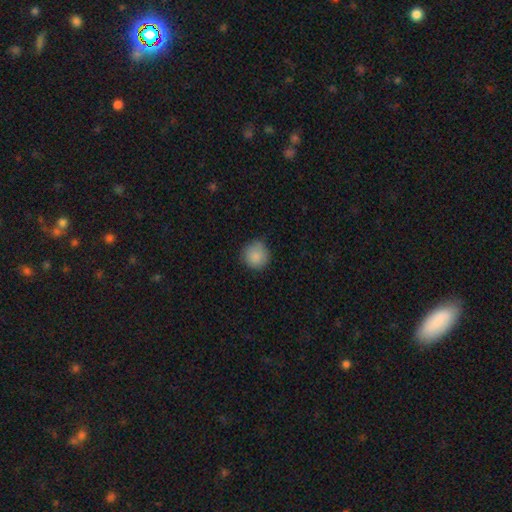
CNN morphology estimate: Overall: smooth (87%). How rounded: round (93%). Merging: none (79%).